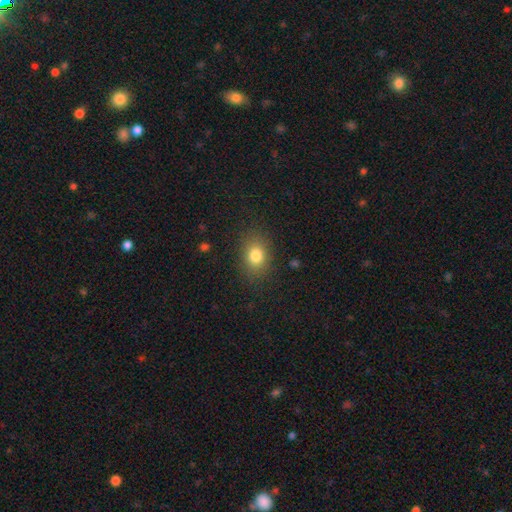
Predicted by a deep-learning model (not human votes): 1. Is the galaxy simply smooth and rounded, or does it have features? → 81% smooth, 11% star or artifact, 8% featured or disk.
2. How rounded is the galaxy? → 61% in between, 38% round, 1% cigar-shaped.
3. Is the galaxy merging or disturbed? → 84% none, 11% minor disturbance, 4% major disturbance, 1% merger.